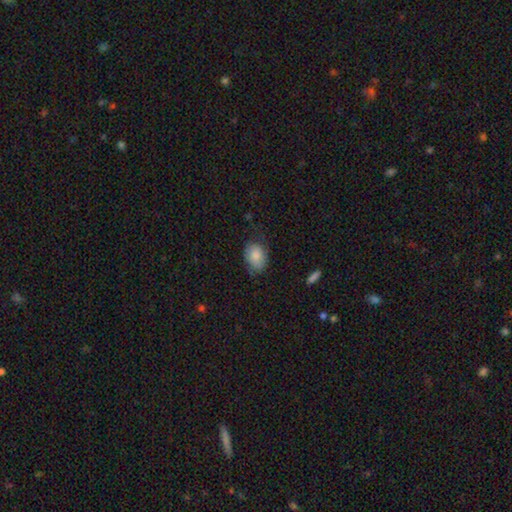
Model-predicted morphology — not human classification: A smooth galaxy with no disk features (83%) that is in between round and cigar-shaped (75%). Merging: none (65%).